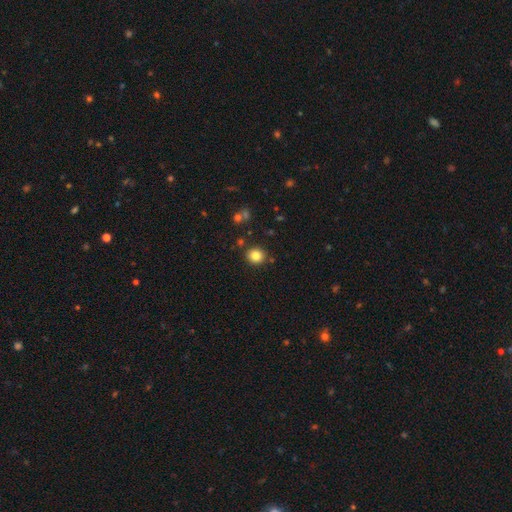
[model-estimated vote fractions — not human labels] A smooth galaxy with no disk features (83%) that is round (86%). Merging: none (86%).